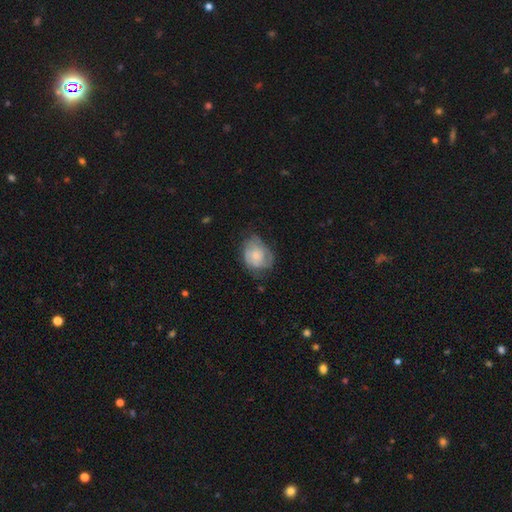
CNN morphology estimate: A smooth galaxy with no disk features (47%).

Vote fractions:
- Smooth or featured? smooth: 47% / featured or disk: 46% / star or artifact: 7%
- Merging? none: 51% / minor disturbance: 32% / major disturbance: 15% / merger: 1%